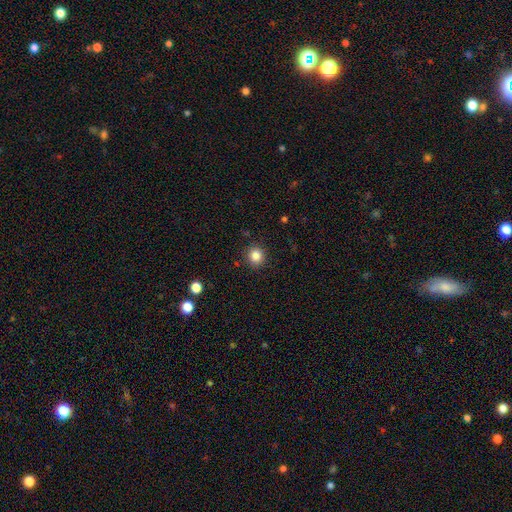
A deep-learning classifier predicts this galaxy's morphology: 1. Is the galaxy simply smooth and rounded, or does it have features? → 84% smooth, 11% star or artifact, 5% featured or disk.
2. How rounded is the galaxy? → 89% round, 10% in between, 1% cigar-shaped.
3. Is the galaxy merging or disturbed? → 90% none, 7% minor disturbance, 2% major disturbance, 1% merger.